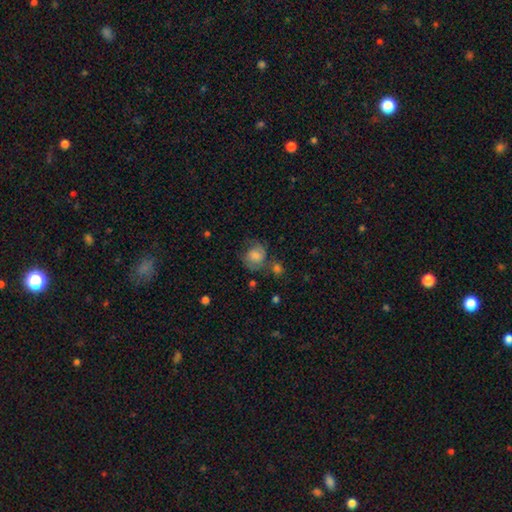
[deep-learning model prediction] Smooth or featured? smooth (64%)
How rounded? round (67%)
Merging? none (52%)